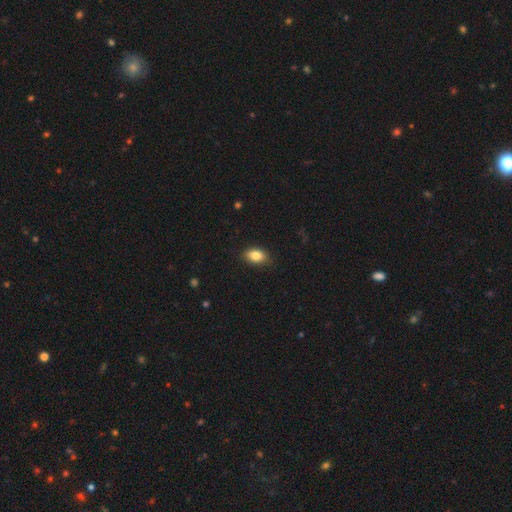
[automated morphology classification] smooth 84%, star or artifact 8%, featured or disk 8%. Down the decision tree: how rounded — in between (87%); merging — none (85%).